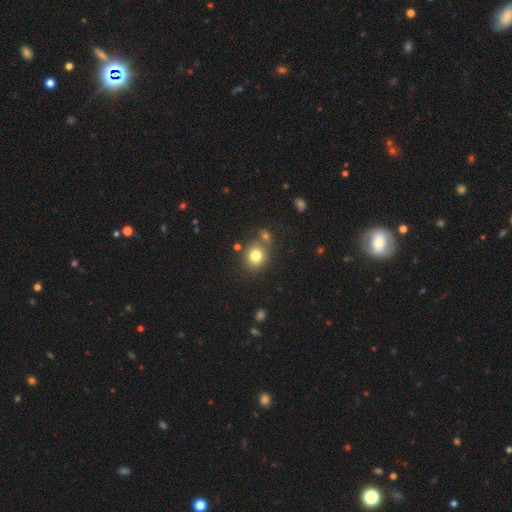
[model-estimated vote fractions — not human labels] Morphology: type=smooth (79%); roundness=round (72%); merging=none (67%).